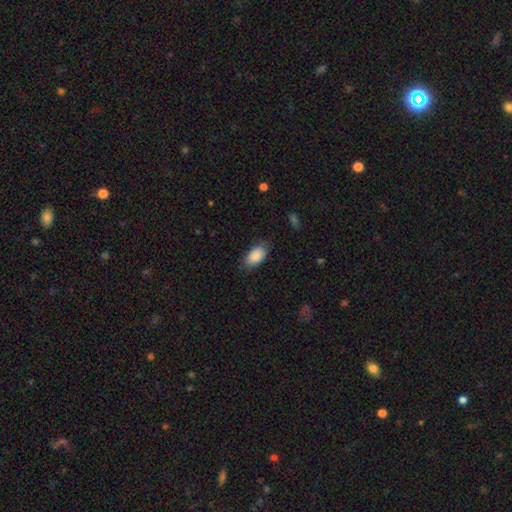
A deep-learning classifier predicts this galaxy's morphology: A smooth galaxy with no disk features (87%) that is in between round and cigar-shaped (94%).

Vote fractions:
- Smooth or featured? smooth: 87% / featured or disk: 6% / star or artifact: 6%
- How rounded? in between: 94% / round: 4% / cigar-shaped: 2%
- Merging? none: 78% / minor disturbance: 17% / major disturbance: 4% / merger: 1%